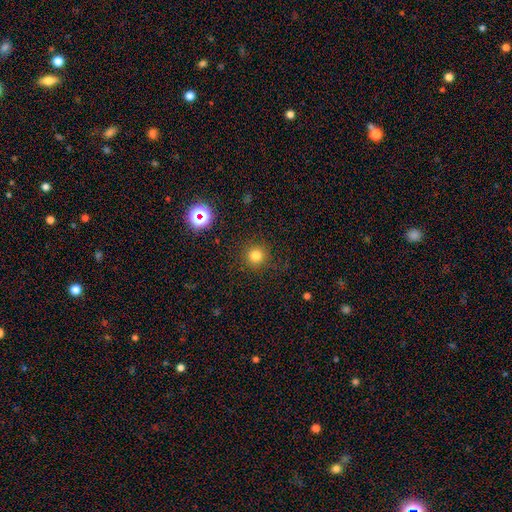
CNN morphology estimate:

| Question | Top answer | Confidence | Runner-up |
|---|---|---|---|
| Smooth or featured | smooth | 78% | star or artifact (16%) |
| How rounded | round | 95% | in between (4%) |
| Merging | none | 90% | minor disturbance (6%) |